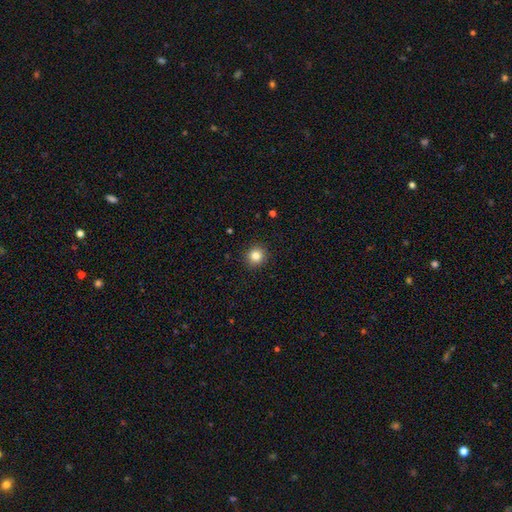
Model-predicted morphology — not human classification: The model was most divided on "smooth or featured": smooth: 83%, star or artifact: 11%, featured or disk: 6%. More confident: how rounded — round (92%); merging — none (92%).